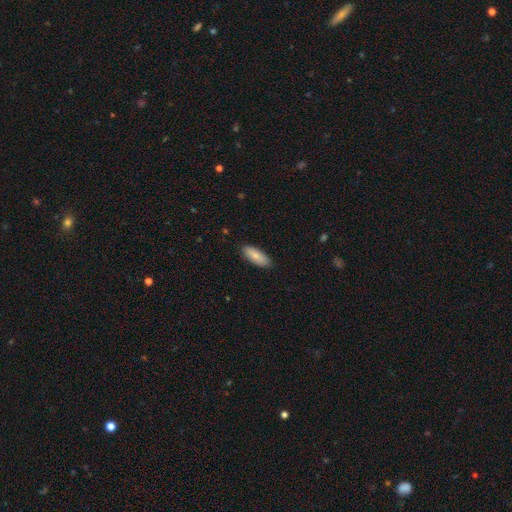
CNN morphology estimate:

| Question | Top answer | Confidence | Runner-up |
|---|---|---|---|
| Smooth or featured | smooth | 84% | featured or disk (10%) |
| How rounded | in between | 73% | cigar-shaped (26%) |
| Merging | none | 88% | minor disturbance (9%) |